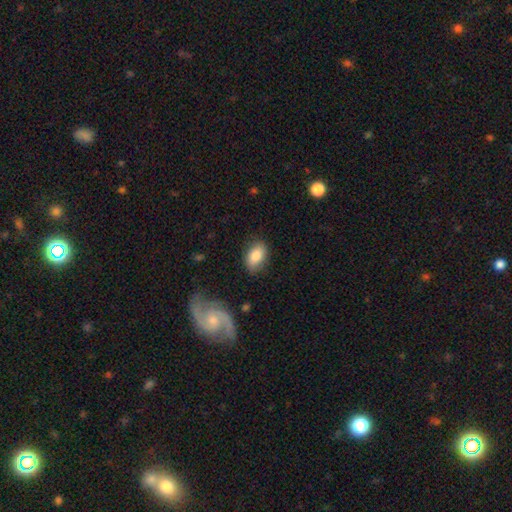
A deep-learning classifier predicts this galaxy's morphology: Smooth or featured? smooth (81%)
How rounded? in between (88%)
Merging? none (79%)